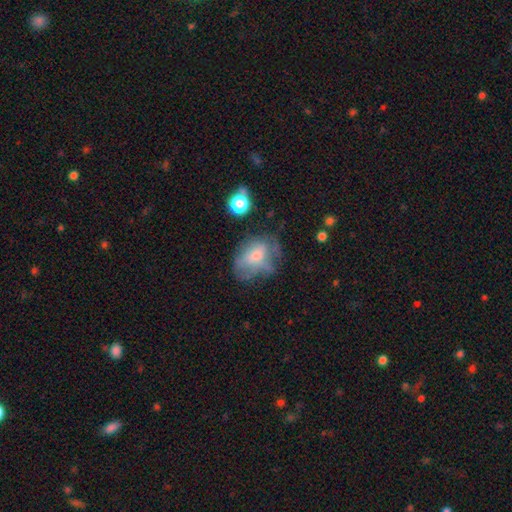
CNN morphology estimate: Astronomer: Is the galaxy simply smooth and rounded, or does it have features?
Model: smooth — 50% (runner-up: featured or disk, 38%).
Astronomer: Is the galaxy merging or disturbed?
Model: none — 41% (runner-up: minor disturbance, 29%).